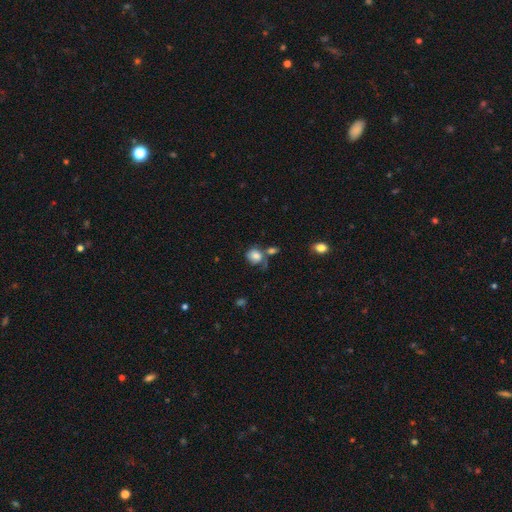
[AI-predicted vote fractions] This appears to be a smooth galaxy with no disk features (75%) that is round (68%). Merging: none (42%).